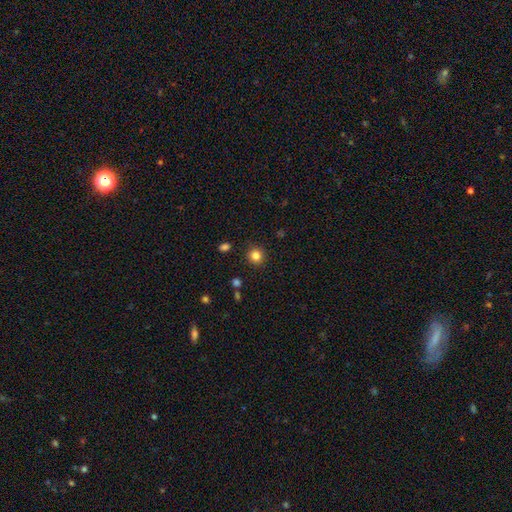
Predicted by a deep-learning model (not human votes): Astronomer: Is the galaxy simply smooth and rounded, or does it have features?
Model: smooth — 83%.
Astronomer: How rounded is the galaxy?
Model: round — 93%.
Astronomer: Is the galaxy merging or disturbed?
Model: none — 90%.